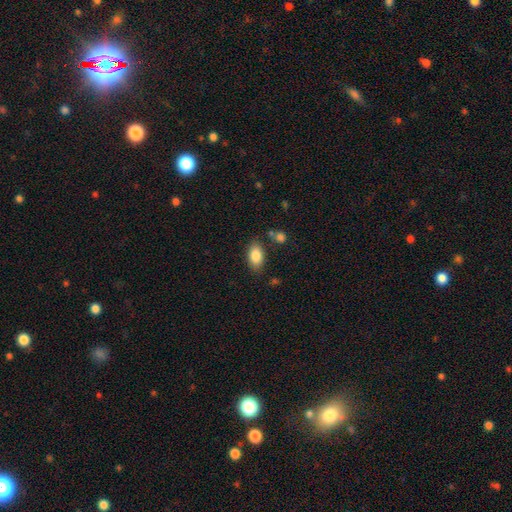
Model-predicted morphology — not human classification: This is clearly a smooth galaxy (85%). How rounded: clearly in between (91%). Merging: clearly none (81%).